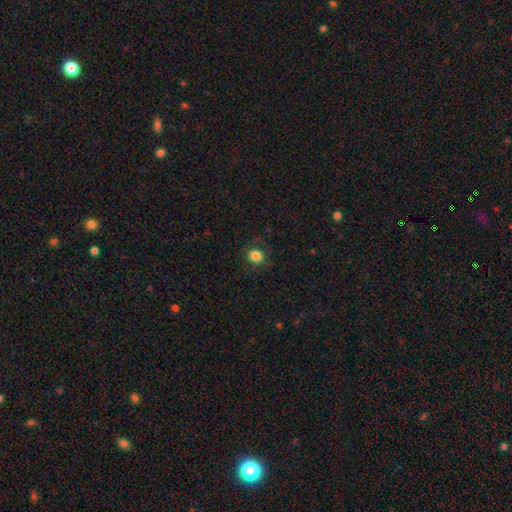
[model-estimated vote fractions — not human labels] A smooth galaxy with no disk features (84%) that is round (75%).

Vote fractions:
- Smooth or featured? smooth: 84% / star or artifact: 12% / featured or disk: 5%
- How rounded? round: 75% / in between: 24% / cigar-shaped: 1%
- Merging? none: 83% / minor disturbance: 11% / major disturbance: 4% / merger: 1%